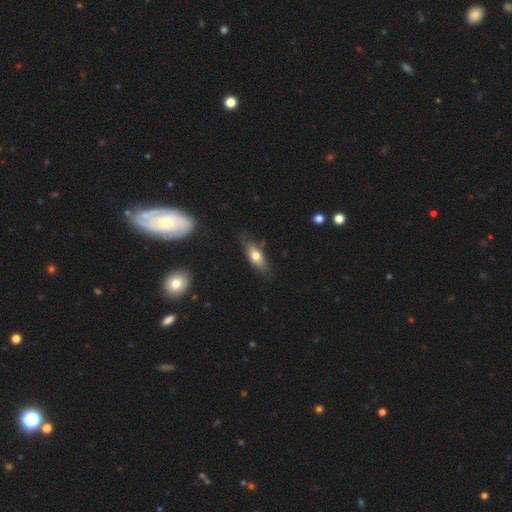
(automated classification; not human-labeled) This appears to be a smooth galaxy with no disk features (67%) that is in between round and cigar-shaped (67%). Merging: none (76%).